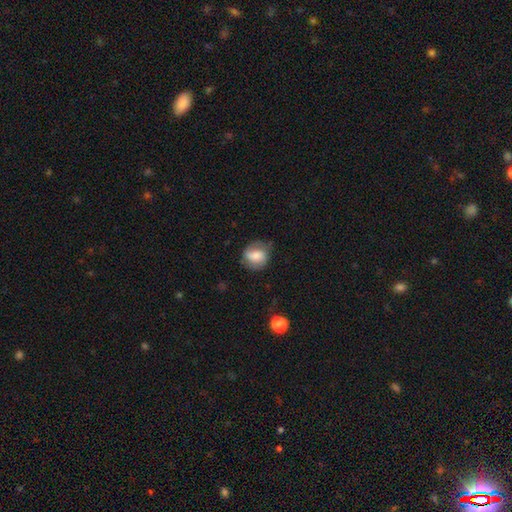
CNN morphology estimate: This appears to be a smooth galaxy with no disk features (59%) that is round (71%). Merging: none (63%).